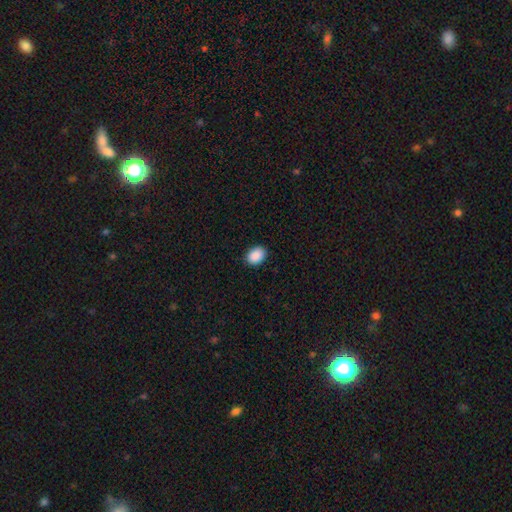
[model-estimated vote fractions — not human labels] Overall: smooth (90%). How rounded: in between (68%; round 31%). Merging: none (89%).